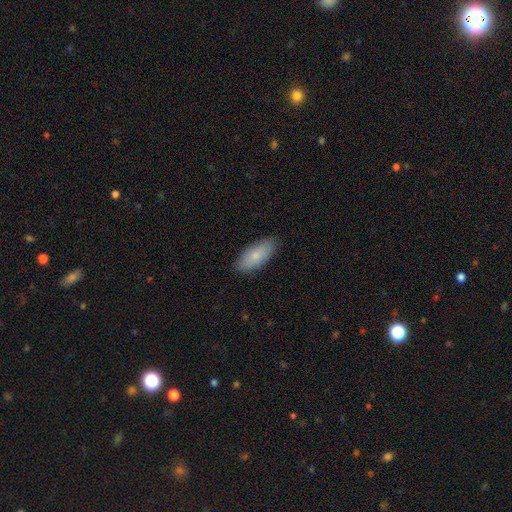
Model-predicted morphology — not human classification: A smooth galaxy with no disk features (80%) that is in between round and cigar-shaped (86%).

Vote fractions:
- Smooth or featured? smooth: 80% / featured or disk: 14% / star or artifact: 6%
- How rounded? in between: 86% / cigar-shaped: 12% / round: 2%
- Merging? none: 87% / minor disturbance: 10% / major disturbance: 2% / merger: 1%